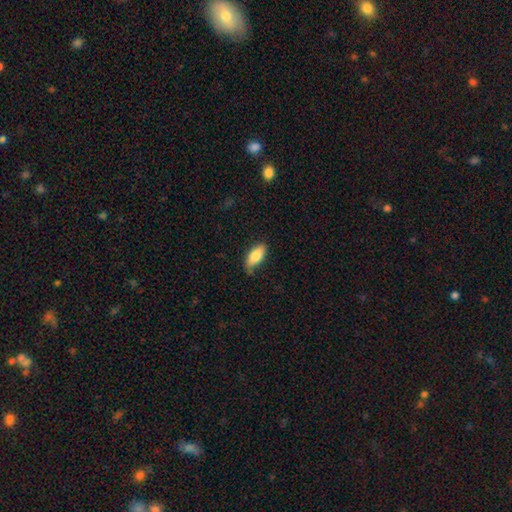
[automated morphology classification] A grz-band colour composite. It shows a smooth galaxy with no disk features (79%) that is in between round and cigar-shaped (84%). Merging: none (69%).